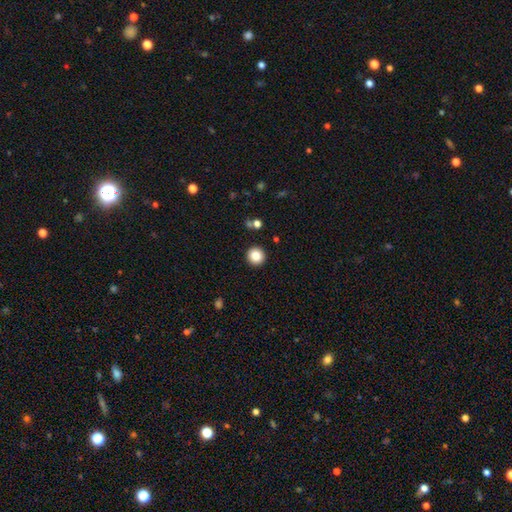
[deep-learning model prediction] smooth-or-featured: smooth: 84% | star or artifact: 10% | featured or disk: 5%
  how-rounded: round: 96% | in between: 3% | cigar-shaped: 1%
  merging: none: 93% | minor disturbance: 4% | major disturbance: 2% | merger: 1%